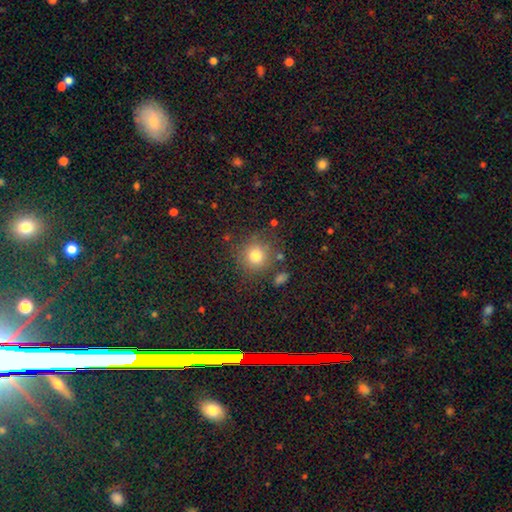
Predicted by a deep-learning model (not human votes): A smooth galaxy with no disk features (78%) that is round (92%). Merging: none (81%).